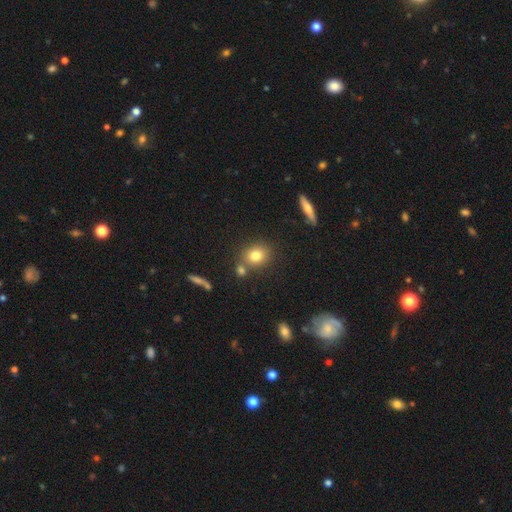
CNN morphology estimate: smooth 78%, star or artifact 12%, featured or disk 10%. Down the decision tree: how rounded — round (68%); merging — none (70%).